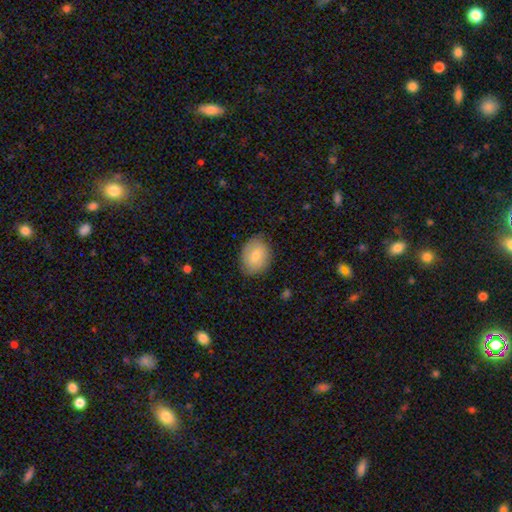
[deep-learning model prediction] smooth-or-featured: smooth: 73% | featured or disk: 20% | star or artifact: 7%
  how-rounded: in between: 57% | round: 42% | cigar-shaped: 1%
  merging: none: 81% | minor disturbance: 15% | major disturbance: 3% | merger: 1%